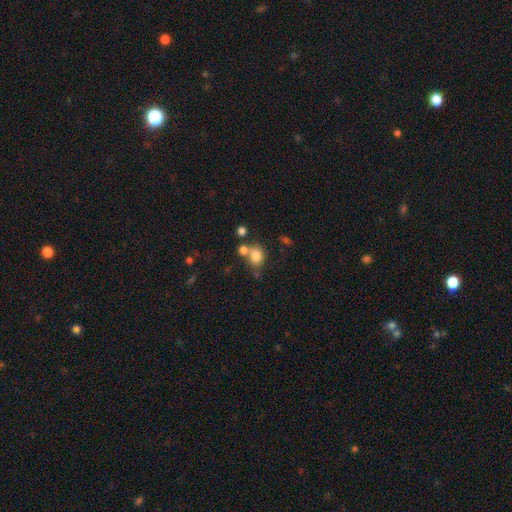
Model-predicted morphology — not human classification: Smooth or featured?
  - smooth: 79% *
  - star or artifact: 12%
  - featured or disk: 9%
How rounded?
  - round: 66% *
  - in between: 33%
  - cigar-shaped: 1%
Merging?
  - none: 54% *
  - merger: 28%
  - minor disturbance: 13%
  - major disturbance: 5%